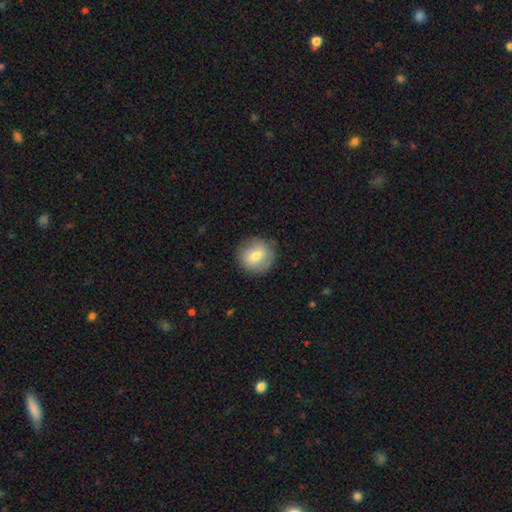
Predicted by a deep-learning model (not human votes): Smooth or featured? Predicted: smooth (p=0.69). How rounded? Predicted: round (p=0.90). Merging? Predicted: none (p=0.84).